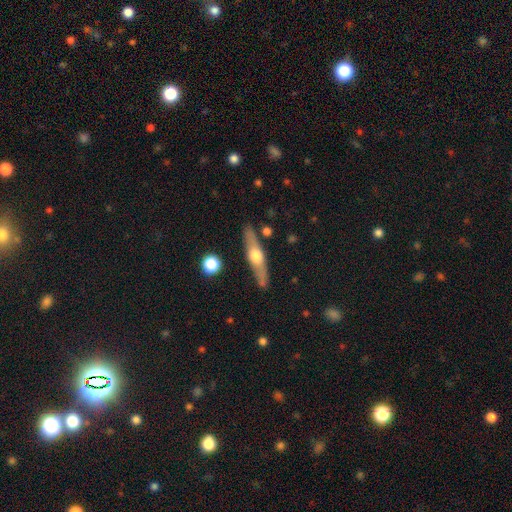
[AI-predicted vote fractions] This appears to be a featured or disk galaxy (61%) viewed edge-on (92%) with a rounded central bulge (94%). Merging: none (82%).